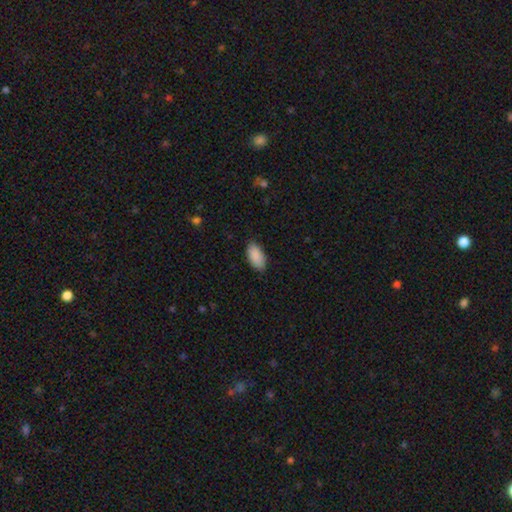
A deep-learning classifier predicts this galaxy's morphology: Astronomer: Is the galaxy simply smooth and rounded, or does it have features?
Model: smooth — 90%.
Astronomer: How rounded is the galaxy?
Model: in between — 94%.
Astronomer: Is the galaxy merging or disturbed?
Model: none — 84%.